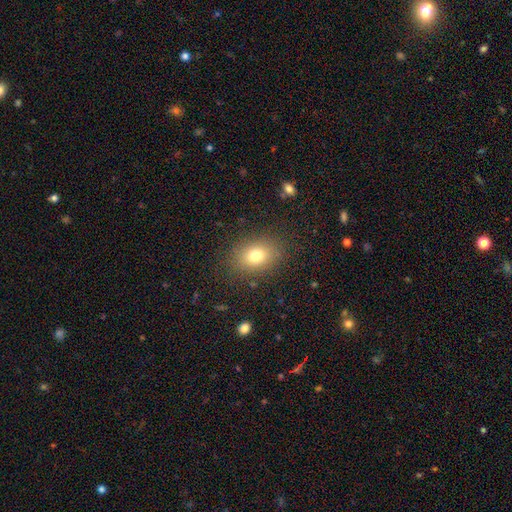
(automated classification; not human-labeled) Smooth or featured? Predicted: smooth (p=0.76). How rounded? Predicted: in between (p=0.64). Merging? Predicted: none (p=0.84).